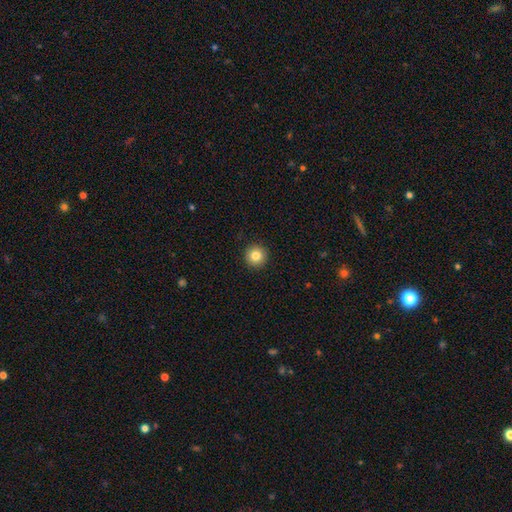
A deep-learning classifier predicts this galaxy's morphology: A smooth galaxy with no disk features (83%) that is round (96%).

Vote fractions:
- Smooth or featured? smooth: 83% / star or artifact: 10% / featured or disk: 7%
- How rounded? round: 96% / in between: 3% / cigar-shaped: 1%
- Merging? none: 93% / minor disturbance: 4% / major disturbance: 2% / merger: 1%